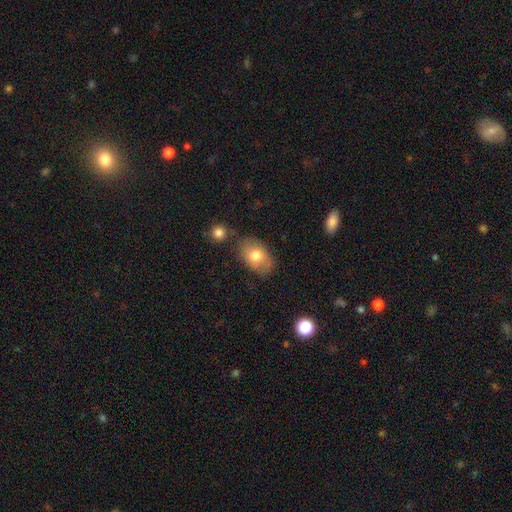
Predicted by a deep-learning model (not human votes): Smooth or featured? Predicted: smooth (p=0.75). How rounded? Predicted: in between (p=0.84). Merging? Predicted: none (p=0.68).